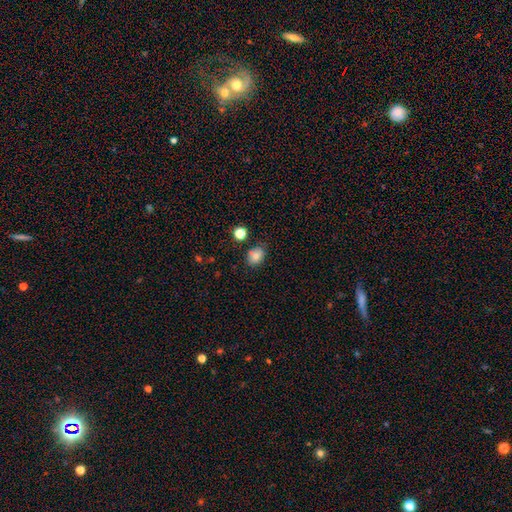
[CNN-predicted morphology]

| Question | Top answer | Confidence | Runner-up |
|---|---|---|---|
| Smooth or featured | smooth | 82% | star or artifact (11%) |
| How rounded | in between | 63% | round (36%) |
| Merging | none | 74% | minor disturbance (16%) |